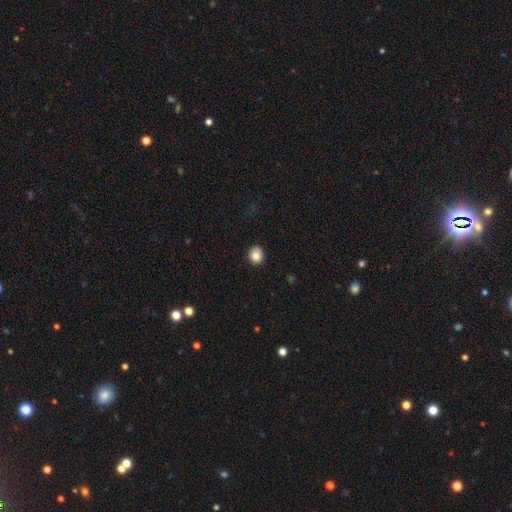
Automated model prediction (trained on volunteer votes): smooth 84%, star or artifact 9%, featured or disk 7%. Down the decision tree: how rounded — round (77%); merging — none (86%).